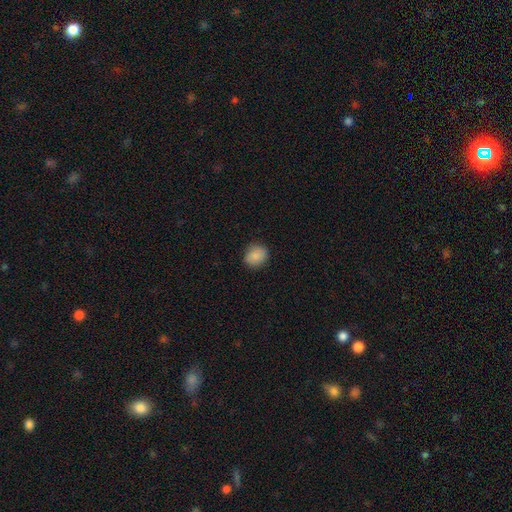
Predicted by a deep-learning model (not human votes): smooth-or-featured: smooth: 87% | star or artifact: 8% | featured or disk: 5%
  how-rounded: round: 74% | in between: 25% | cigar-shaped: 1%
  merging: none: 87% | minor disturbance: 10% | major disturbance: 2% | merger: 1%